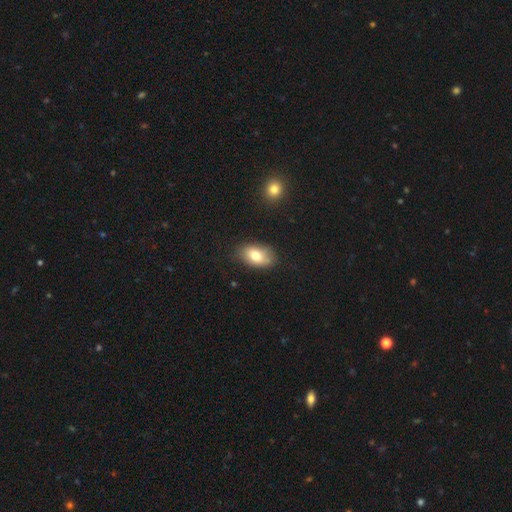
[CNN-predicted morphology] smooth-or-featured: smooth: 77% | featured or disk: 15% | star or artifact: 8%
  how-rounded: in between: 89% | round: 10% | cigar-shaped: 2%
  merging: none: 77% | minor disturbance: 17% | major disturbance: 4% | merger: 2%